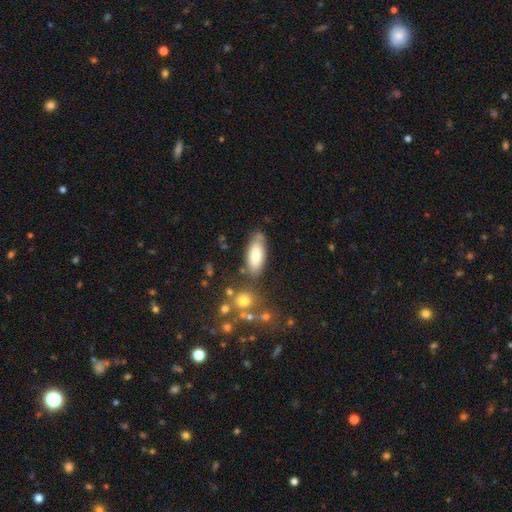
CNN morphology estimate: The model was most divided on "merging": none: 70%, minor disturbance: 17%, merger: 8%, major disturbance: 5%. More confident: how rounded — in between (80%); smooth or featured — smooth (80%).